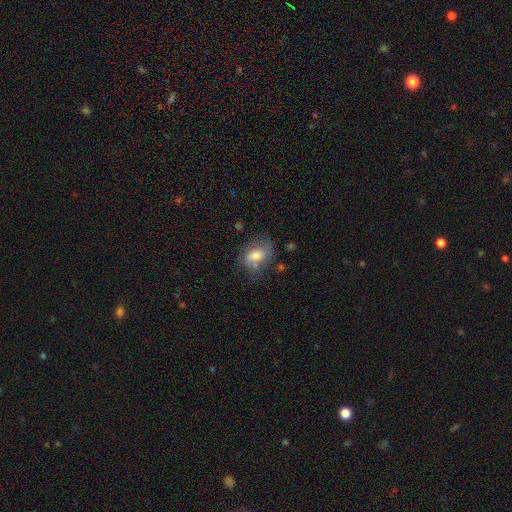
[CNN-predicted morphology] Smooth or featured? smooth (59%)
How rounded? in between (75%)
Merging? none (54%)